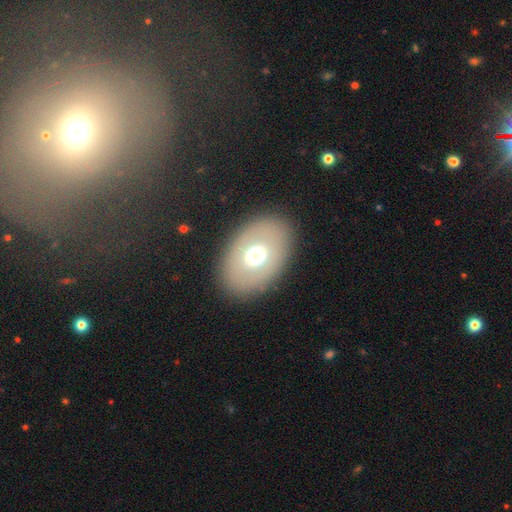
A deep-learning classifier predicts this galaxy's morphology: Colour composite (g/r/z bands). It shows a smooth galaxy with no disk features (59%) that is in between round and cigar-shaped (77%). Merging: none (86%).